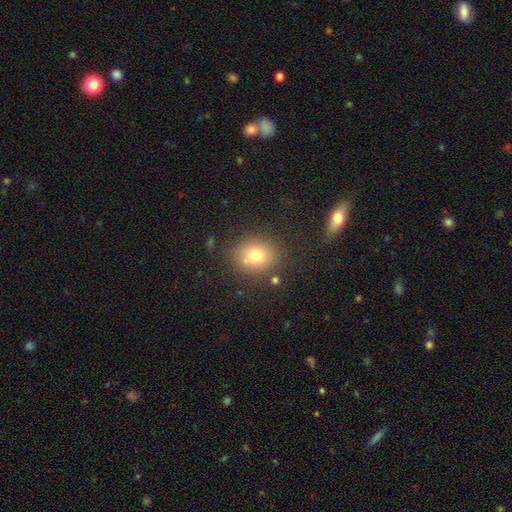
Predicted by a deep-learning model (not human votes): smooth 75%, star or artifact 13%, featured or disk 12%. Down the decision tree: how rounded — round (73%); merging — none (79%).